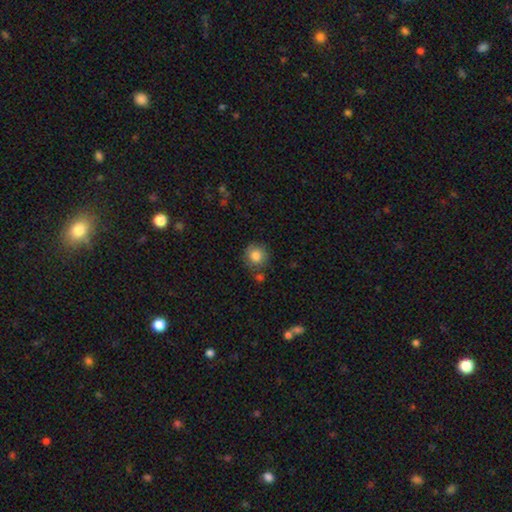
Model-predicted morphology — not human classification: A smooth galaxy with no disk features (84%) that is round (88%). Merging: none (74%).